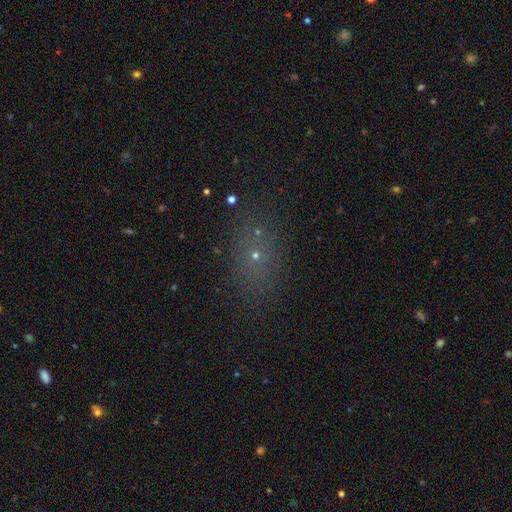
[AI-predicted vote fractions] This is possibly a smooth galaxy (50%). How rounded: possibly in between (55%). Merging: likely none (77%).